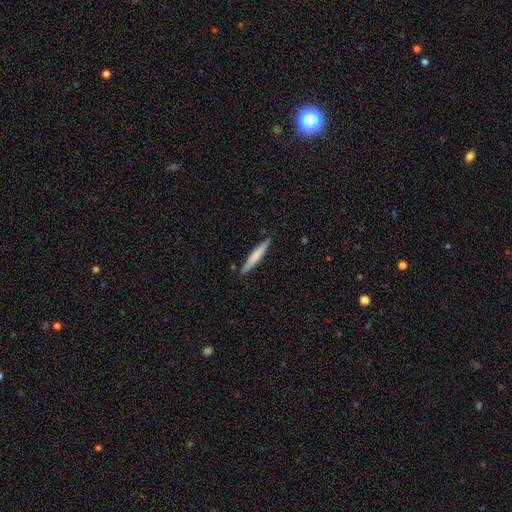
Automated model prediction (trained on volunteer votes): smooth 67%, featured or disk 28%, star or artifact 5%. Down the decision tree: how rounded — cigar-shaped (93%); merging — none (87%).